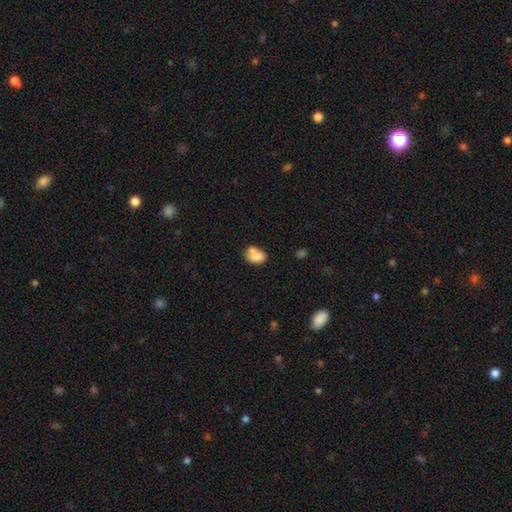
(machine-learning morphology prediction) Smooth or featured?
  - smooth: 77% *
  - featured or disk: 14%
  - star or artifact: 9%
How rounded?
  - in between: 73% *
  - round: 25%
  - cigar-shaped: 1%
Merging?
  - none: 40% *
  - merger: 36%
  - minor disturbance: 17%
  - major disturbance: 6%